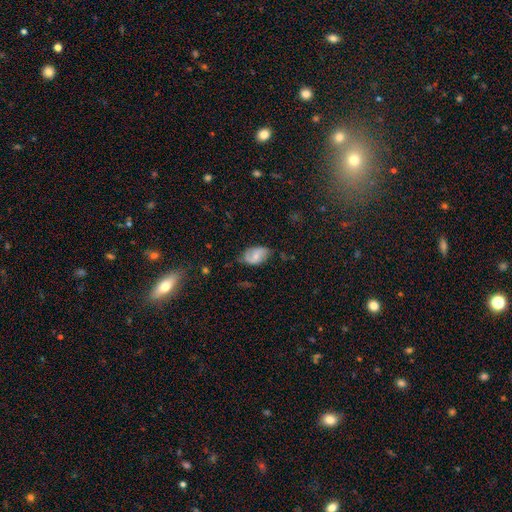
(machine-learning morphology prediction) smooth-or-featured: smooth: 49% | featured or disk: 42% | star or artifact: 8%
  merging: none: 60% | minor disturbance: 30% | major disturbance: 8% | merger: 2%